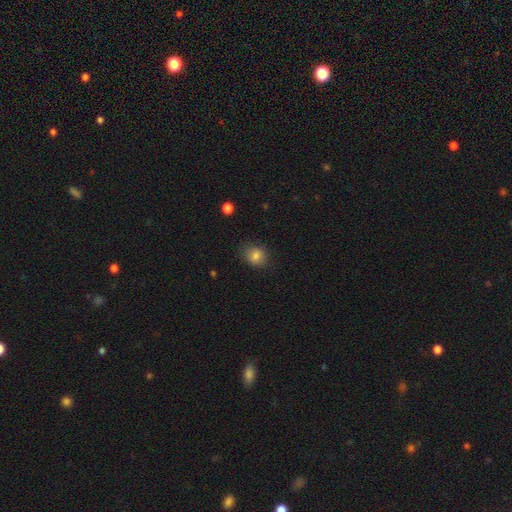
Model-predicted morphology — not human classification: smooth-or-featured: smooth: 83% | star or artifact: 10% | featured or disk: 7%
  how-rounded: round: 58% | in between: 41% | cigar-shaped: 1%
  merging: none: 76% | minor disturbance: 18% | major disturbance: 5% | merger: 1%